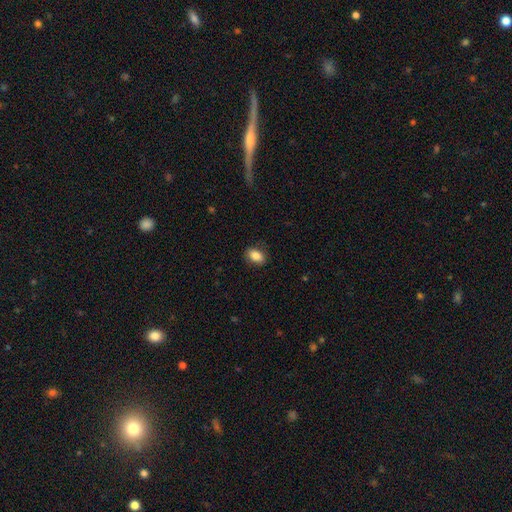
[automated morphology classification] Smooth or featured? Predicted: smooth (p=0.86). How rounded? Predicted: in between (p=0.83). Merging? Predicted: none (p=0.87).